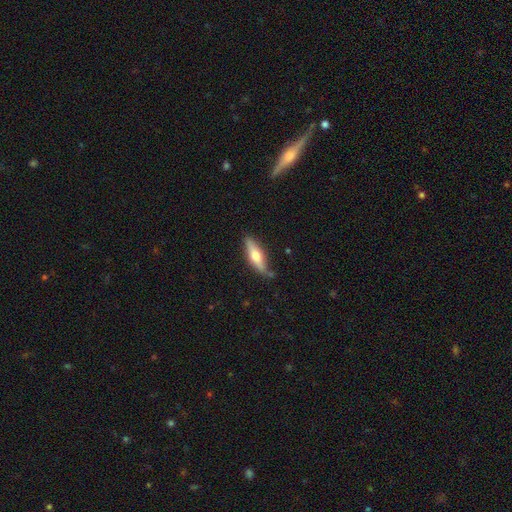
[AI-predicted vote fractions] This appears to be a smooth galaxy with no disk features (54%) that is cigar-shaped (60%). Merging: none (71%).